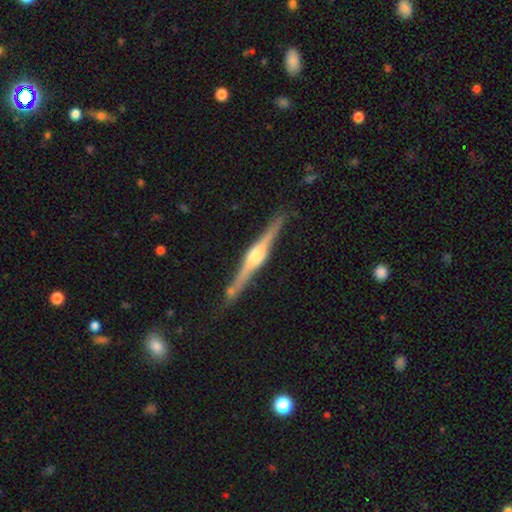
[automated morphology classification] The model was most divided on "smooth or featured": featured or disk: 83%, smooth: 12%, star or artifact: 5%. More confident: edge-on disk — yes (98%); edge-on bulge — rounded (88%); merging — none (85%).